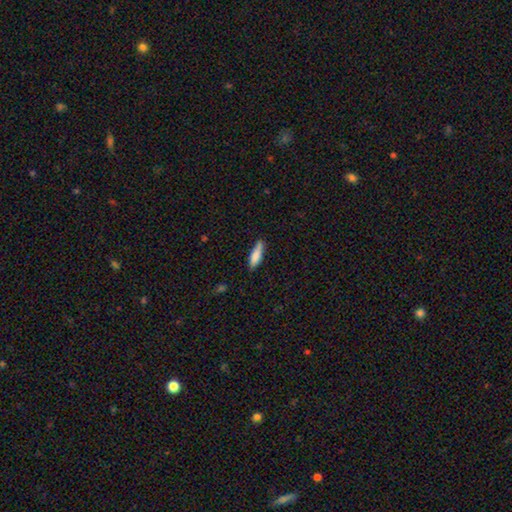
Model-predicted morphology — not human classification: smooth-or-featured: smooth: 82% | featured or disk: 12% | star or artifact: 6%
  how-rounded: cigar-shaped: 59% | in between: 39% | round: 2%
  merging: none: 72% | minor disturbance: 22% | major disturbance: 4% | merger: 3%